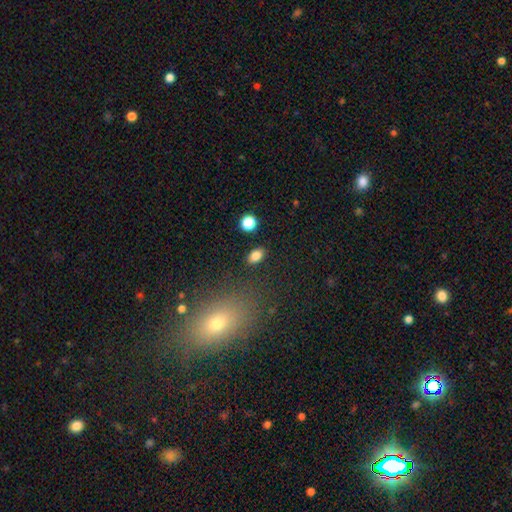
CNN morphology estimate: smooth-or-featured: smooth: 85% | star or artifact: 10% | featured or disk: 5%
  how-rounded: in between: 87% | round: 11% | cigar-shaped: 2%
  merging: none: 86% | minor disturbance: 8% | merger: 3% | major disturbance: 3%